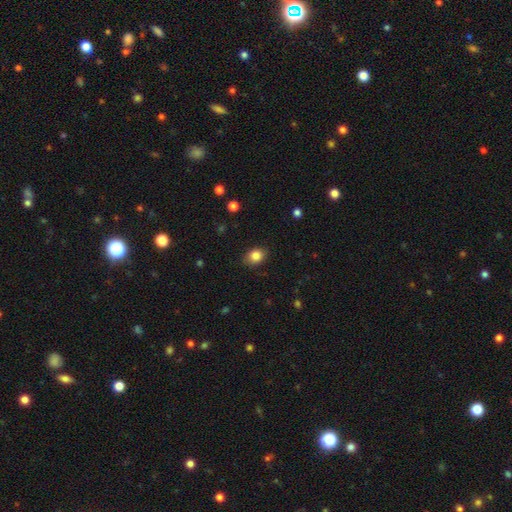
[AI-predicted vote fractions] smooth_or_featured: smooth (p=0.84) [alt: star or artifact p=0.09]
how_rounded: in between (p=0.60) [alt: round p=0.39]
merging: none (p=0.83) [alt: minor disturbance p=0.13]